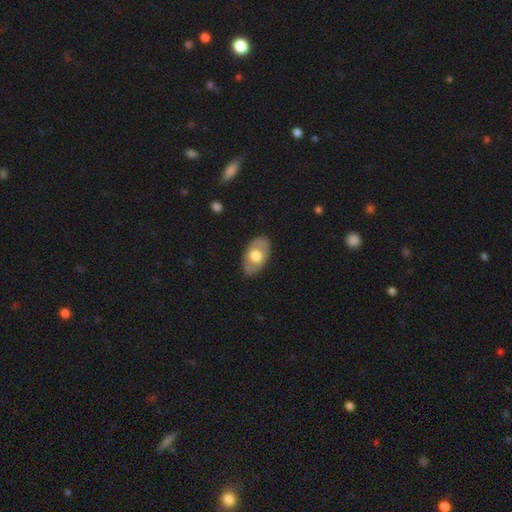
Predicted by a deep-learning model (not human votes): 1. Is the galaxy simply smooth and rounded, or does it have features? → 54% smooth, 41% featured or disk, 5% star or artifact.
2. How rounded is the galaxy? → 90% in between, 8% round, 1% cigar-shaped.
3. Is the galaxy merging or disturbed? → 83% none, 13% minor disturbance, 3% major disturbance, 1% merger.